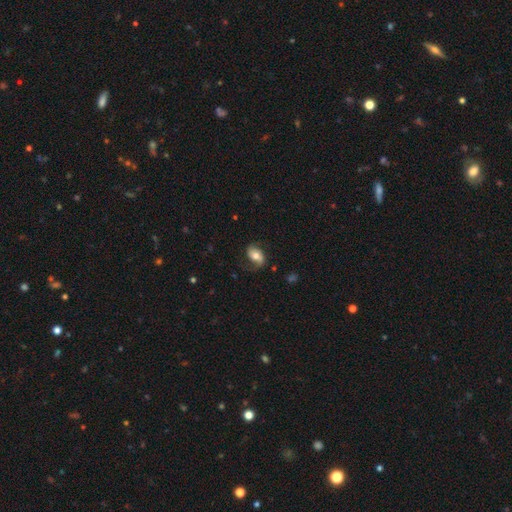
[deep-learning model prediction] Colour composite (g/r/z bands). It shows a smooth galaxy with no disk features (47%). Merging: none (59%).